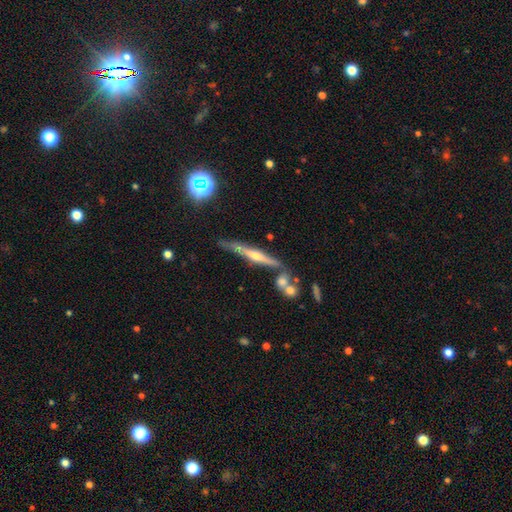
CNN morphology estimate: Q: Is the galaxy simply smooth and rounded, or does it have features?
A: featured or disk — 72%.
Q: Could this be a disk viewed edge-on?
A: yes — 96%.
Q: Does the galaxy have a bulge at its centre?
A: rounded — 80%.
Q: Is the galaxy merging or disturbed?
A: none — 69%.